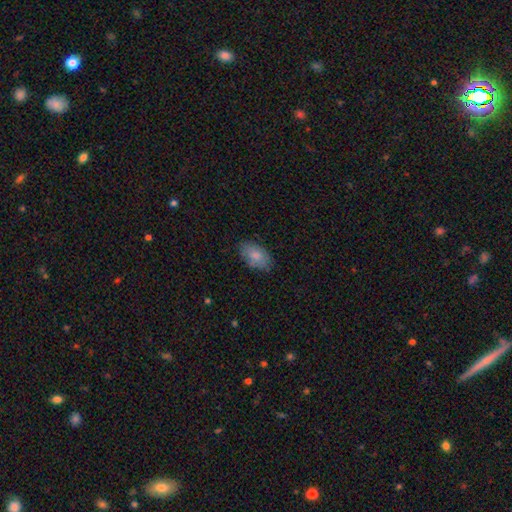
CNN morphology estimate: smooth-or-featured: smooth: 82% | featured or disk: 12% | star or artifact: 7%
  how-rounded: in between: 93% | round: 6% | cigar-shaped: 2%
  merging: none: 78% | minor disturbance: 17% | major disturbance: 4% | merger: 1%